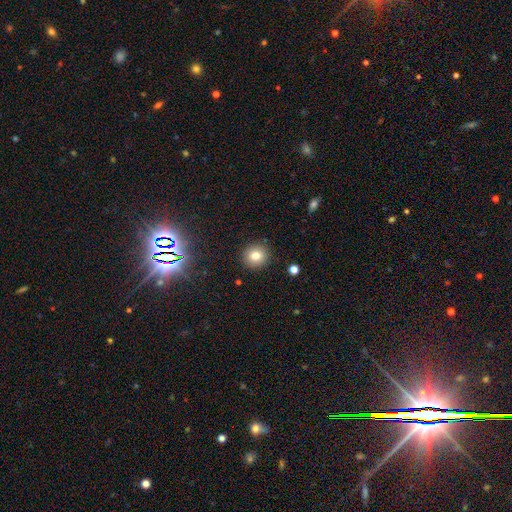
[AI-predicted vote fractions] smooth_or_featured: smooth (p=0.79) [alt: star or artifact p=0.13]
how_rounded: round (p=0.88) [alt: in between p=0.11]
merging: none (p=0.91) [alt: minor disturbance p=0.06]